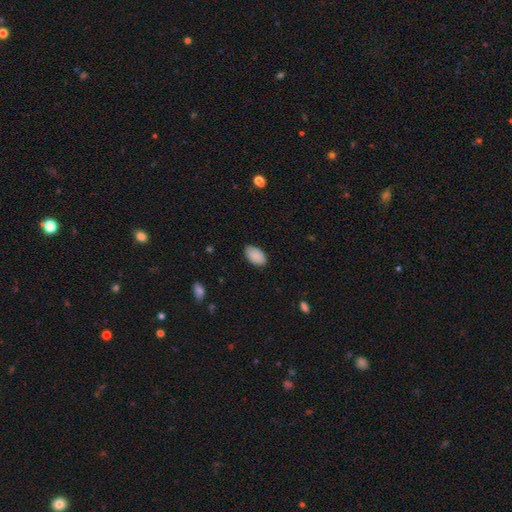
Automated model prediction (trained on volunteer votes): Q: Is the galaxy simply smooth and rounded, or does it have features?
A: smooth — 90%.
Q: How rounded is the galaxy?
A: in between — 94%.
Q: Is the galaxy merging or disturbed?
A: none — 85%.